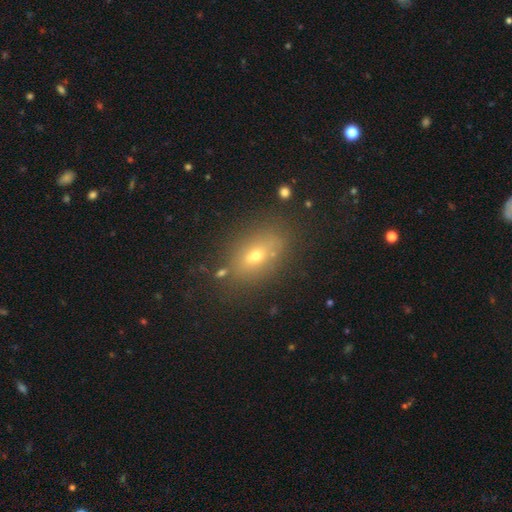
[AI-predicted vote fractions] This appears to be a smooth galaxy with no disk features (60%) that is in between round and cigar-shaped (77%). Merging: none (78%).